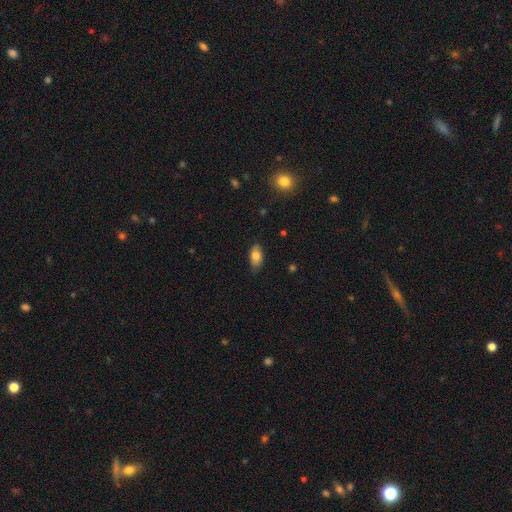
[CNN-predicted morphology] Q: Smooth or featured?
A: smooth (76%); runner-up: featured or disk (16%)
Q: How rounded?
A: in between (90%); runner-up: cigar-shaped (5%)
Q: Merging?
A: none (77%); runner-up: minor disturbance (19%)